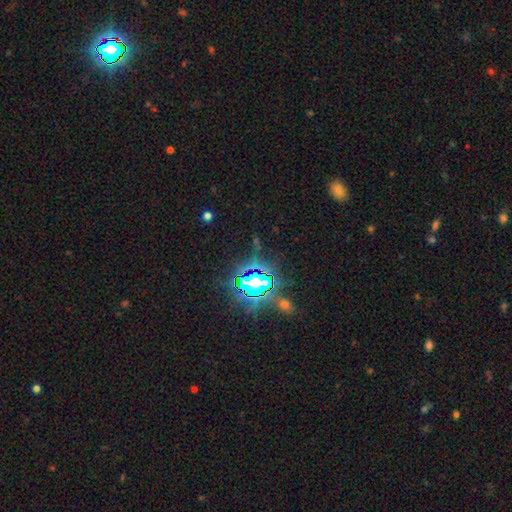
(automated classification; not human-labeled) Smooth or featured?
  - star or artifact: 82% *
  - smooth: 11%
  - featured or disk: 7%